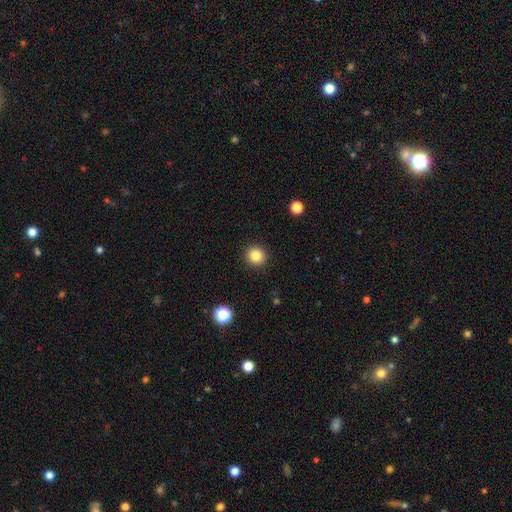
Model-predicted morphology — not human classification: A smooth galaxy with no disk features (84%) that is round (92%). Merging: none (92%).